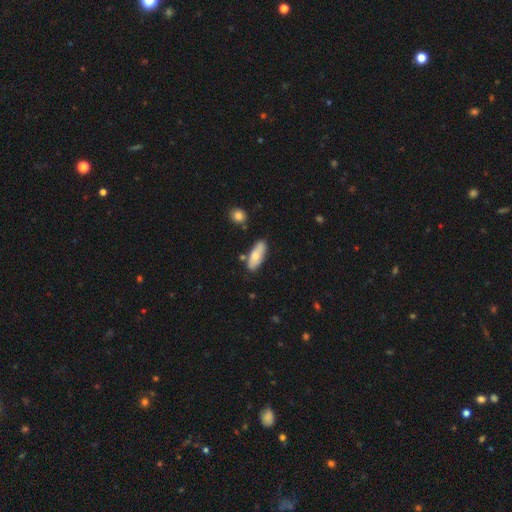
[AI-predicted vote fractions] Smooth or featured: smooth — 72% (featured or disk — 22%)
How rounded: in between — 74% (cigar-shaped — 24%)
Merging: none — 76% (minor disturbance — 16%)